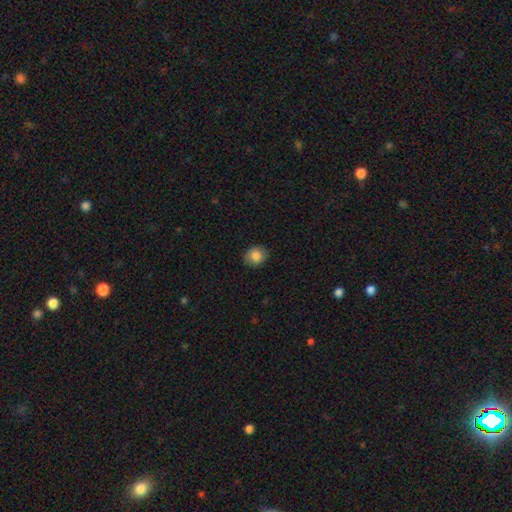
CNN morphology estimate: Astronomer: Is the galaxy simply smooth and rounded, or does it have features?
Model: smooth — 85%.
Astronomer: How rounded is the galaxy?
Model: round — 70%.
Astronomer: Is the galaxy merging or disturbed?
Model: none — 85%.